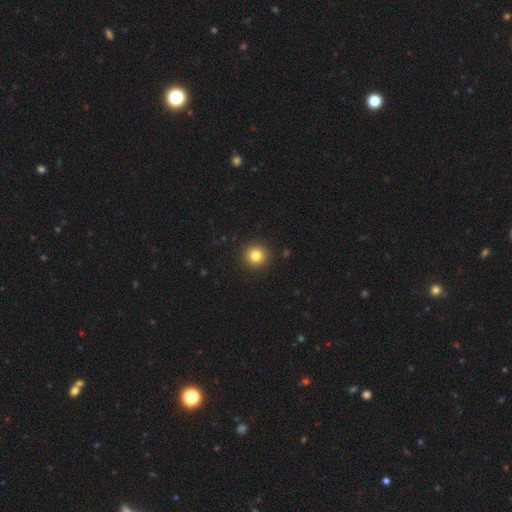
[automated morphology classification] A smooth galaxy with no disk features (83%) that is round (95%). Merging: none (93%).